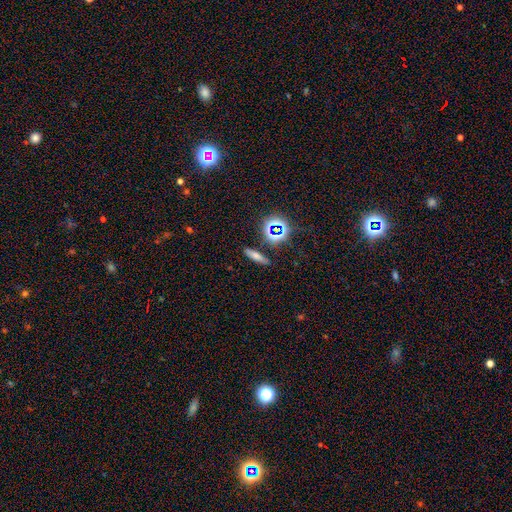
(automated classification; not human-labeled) The model was most divided on "smooth or featured": smooth: 59%, star or artifact: 22%, featured or disk: 19%. More confident: merging — none (85%); how rounded — cigar-shaped (68%).